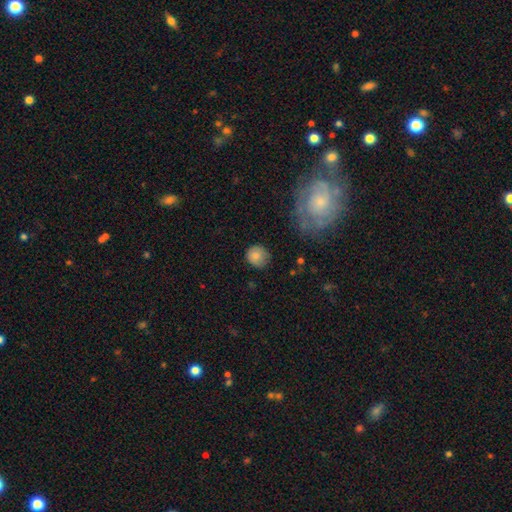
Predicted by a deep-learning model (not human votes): The model was most divided on "merging": none: 78%, minor disturbance: 16%, major disturbance: 4%, merger: 2%. More confident: how rounded — round (89%); smooth or featured — smooth (81%).